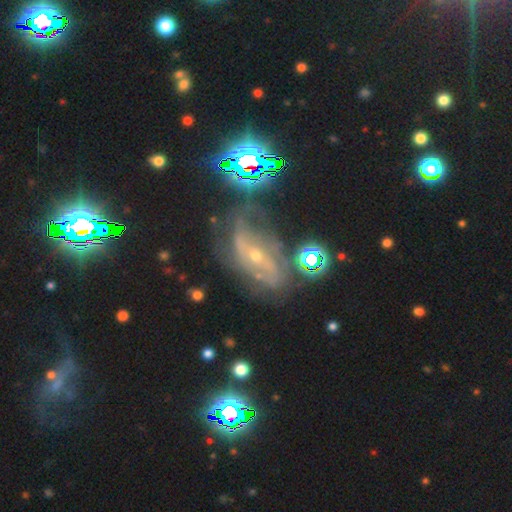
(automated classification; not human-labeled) Smooth or featured? Predicted: featured or disk (p=0.75). Edge-on disk? Predicted: no (p=0.92). Bar? Predicted: no (p=0.41). Spiral arms? Predicted: yes (p=0.87). Spiral winding? Predicted: loose (p=0.40). Spiral arm count? Predicted: 2 (p=0.61). Bulge size? Predicted: small (p=0.70). Merging? Predicted: none (p=0.51).